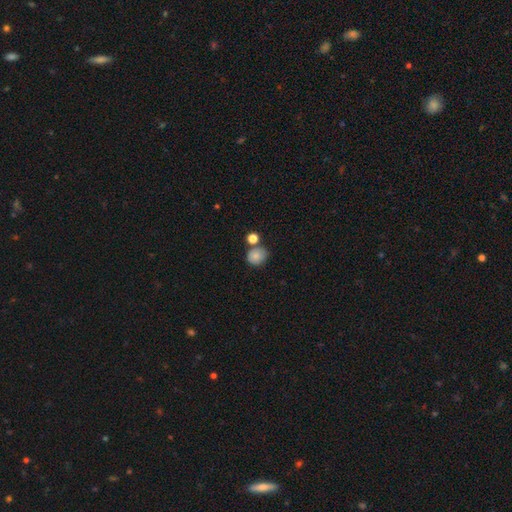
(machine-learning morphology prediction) smooth-or-featured: smooth: 82% | star or artifact: 11% | featured or disk: 8%
  how-rounded: round: 78% | in between: 21% | cigar-shaped: 1%
  merging: none: 63% | merger: 20% | minor disturbance: 14% | major disturbance: 4%